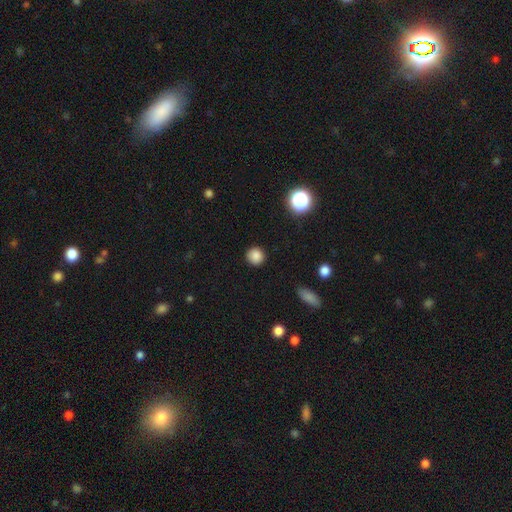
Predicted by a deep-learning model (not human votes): Smooth or featured? Predicted: smooth (p=0.85). How rounded? Predicted: round (p=0.92). Merging? Predicted: none (p=0.90).